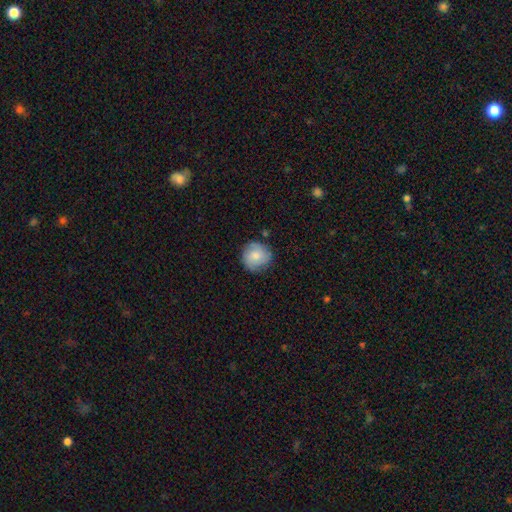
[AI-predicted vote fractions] Morphology: type=smooth (63%); roundness=round (92%); merging=none (80%).